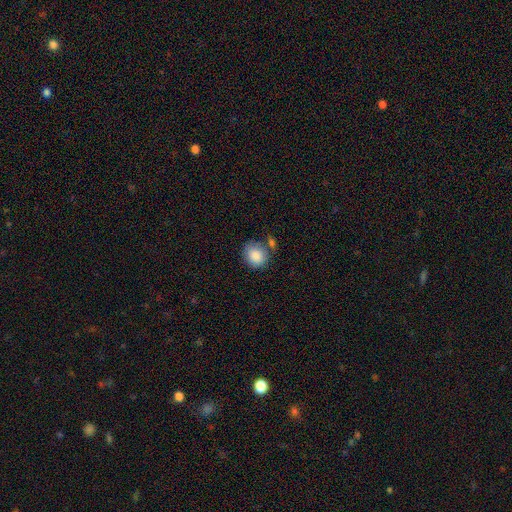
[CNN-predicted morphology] smooth-or-featured: smooth: 87% | star or artifact: 7% | featured or disk: 6%
  how-rounded: round: 63% | in between: 36% | cigar-shaped: 1%
  merging: none: 61% | minor disturbance: 19% | merger: 14% | major disturbance: 6%